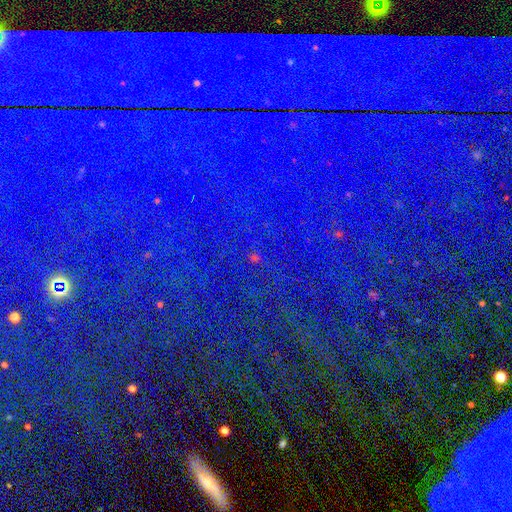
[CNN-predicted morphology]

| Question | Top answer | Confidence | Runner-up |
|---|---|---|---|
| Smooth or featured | star or artifact | 85% | smooth (7%) |